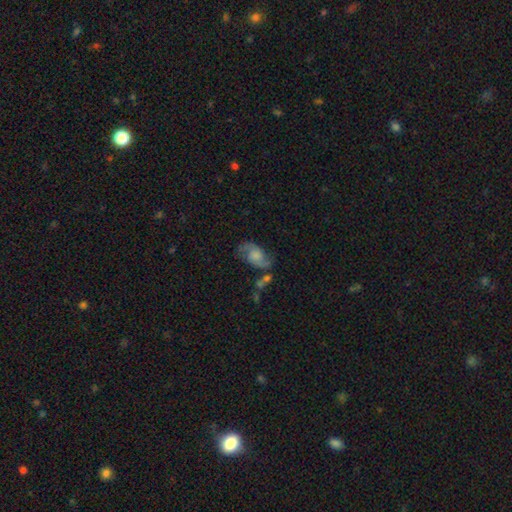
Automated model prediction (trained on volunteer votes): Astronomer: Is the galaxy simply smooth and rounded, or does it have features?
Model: featured or disk — 74%.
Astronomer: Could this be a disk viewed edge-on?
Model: no — 97%.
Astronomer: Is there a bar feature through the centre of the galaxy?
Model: no — 66%.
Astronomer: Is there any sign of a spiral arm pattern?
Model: yes — 94%.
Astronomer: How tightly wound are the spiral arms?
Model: loose — 49% (runner-up: medium, 40%).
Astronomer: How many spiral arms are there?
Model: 2 — 91%.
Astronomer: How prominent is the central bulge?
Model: none — 28% (runner-up: moderate, 26%).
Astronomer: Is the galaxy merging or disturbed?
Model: none — 59%.